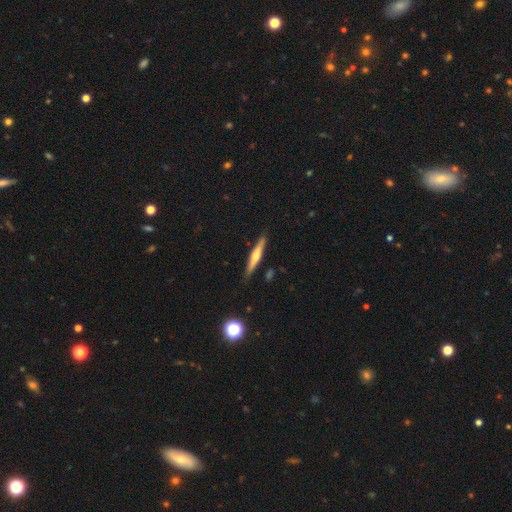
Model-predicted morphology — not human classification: A featured or disk galaxy (56%) viewed edge-on (96%) with a rounded central bulge (80%).

Vote fractions:
- Smooth or featured? featured or disk: 56% / smooth: 38% / star or artifact: 6%
- Edge-on disk? yes: 96% / no: 4%
- Edge-on bulge? rounded: 80% / none: 13% / boxy: 7%
- Merging? none: 87% / minor disturbance: 9% / major disturbance: 2% / merger: 2%